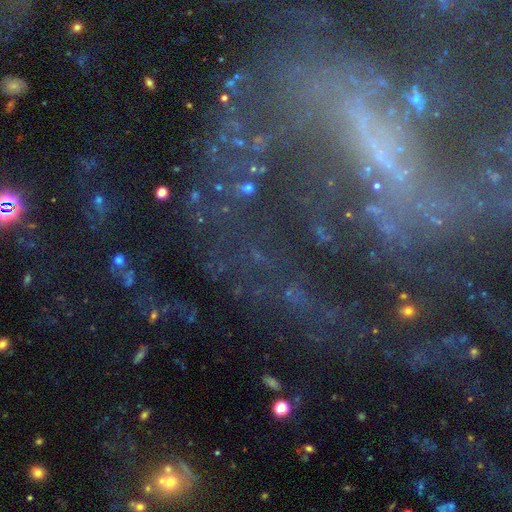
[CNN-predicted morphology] This appears to be a featured or disk galaxy (57%) with no bar (39%), spiral arms (63%) and a small central bulge (43%). Merging: none (54%).